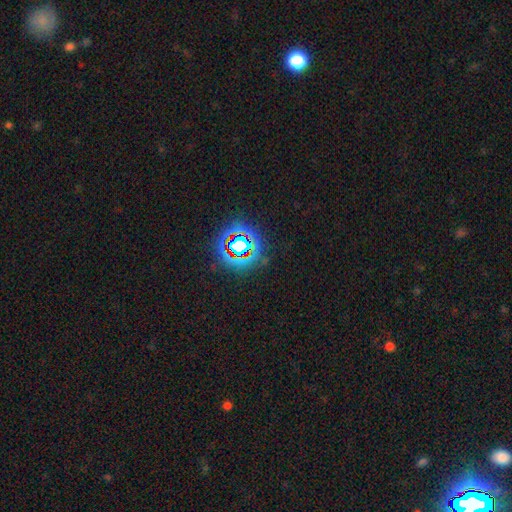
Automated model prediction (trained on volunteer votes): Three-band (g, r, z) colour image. It shows a star or artifact, not a galaxy (75%).